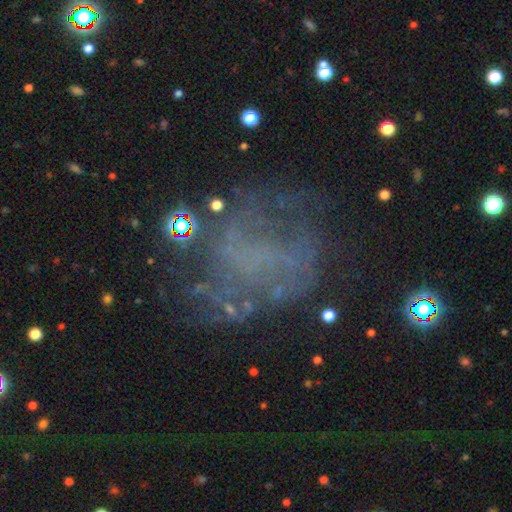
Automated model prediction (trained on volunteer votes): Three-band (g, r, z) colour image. It shows a featured or disk galaxy (60%) with no bar (76%), spiral arms (51%) and no central bulge (76%). Merging: none (55%).